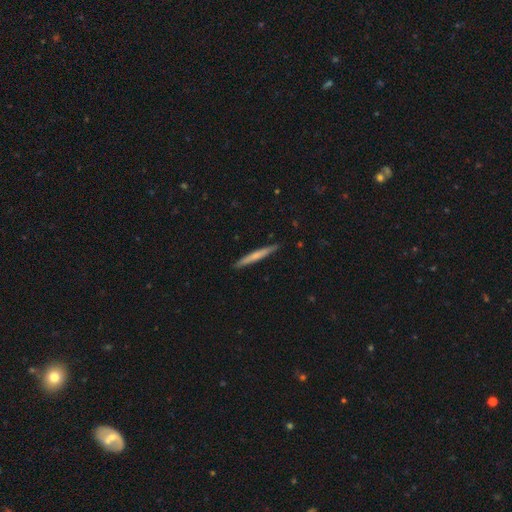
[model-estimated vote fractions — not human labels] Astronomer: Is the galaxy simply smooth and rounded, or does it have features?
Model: smooth — 58% (runner-up: featured or disk, 37%).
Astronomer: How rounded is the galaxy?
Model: cigar-shaped — 96%.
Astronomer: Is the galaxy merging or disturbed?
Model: none — 90%.